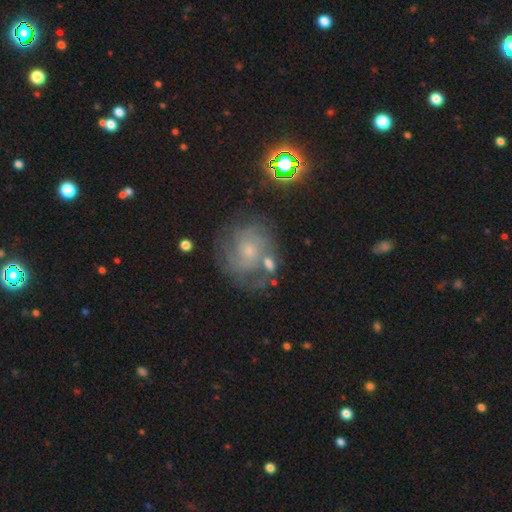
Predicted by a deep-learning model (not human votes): Smooth or featured: featured or disk — 64% (smooth — 20%)
Edge-on disk: no — 97% (yes — 3%)
Bar: no — 77% (weak — 19%)
Spiral arms: yes — 86% (no — 14%)
Spiral winding: tight — 54% (medium — 34%)
Spiral arm count: can't tell — 45% (2 — 18%)
Bulge size: small — 72% (moderate — 20%)
Merging: none — 63% (minor disturbance — 19%)